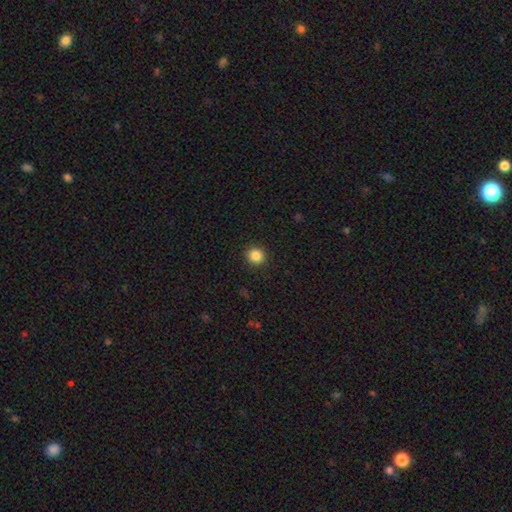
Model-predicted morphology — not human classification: Smooth or featured?
  - smooth: 85% *
  - star or artifact: 11%
  - featured or disk: 4%
How rounded?
  - round: 92% *
  - in between: 7%
  - cigar-shaped: 1%
Merging?
  - none: 92% *
  - minor disturbance: 5%
  - major disturbance: 2%
  - merger: 1%